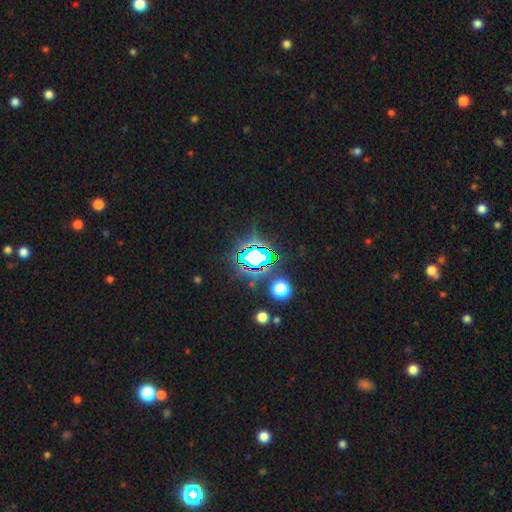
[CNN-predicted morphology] smooth-or-featured: star or artifact: 77% | smooth: 14% | featured or disk: 9%